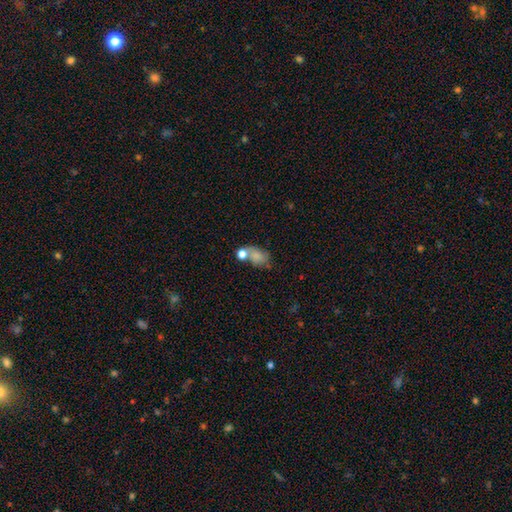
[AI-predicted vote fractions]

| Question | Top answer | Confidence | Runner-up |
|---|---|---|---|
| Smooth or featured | smooth | 70% | featured or disk (18%) |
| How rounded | in between | 78% | round (20%) |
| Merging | merger | 35% | none (34%) |